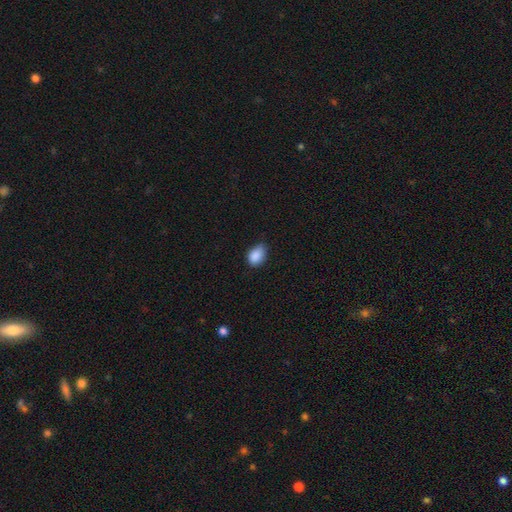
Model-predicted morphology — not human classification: Smooth or featured? smooth (88%)
How rounded? in between (81%)
Merging? none (60%)